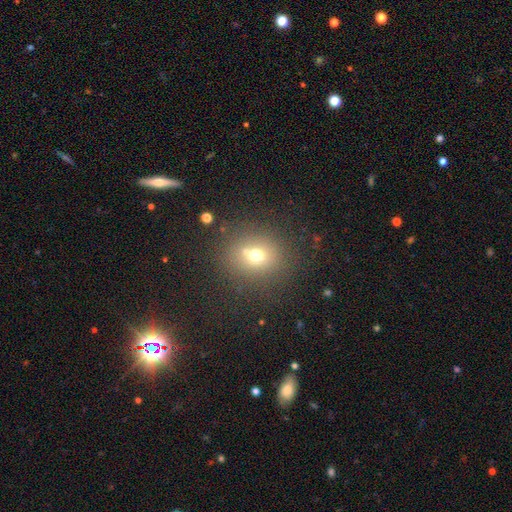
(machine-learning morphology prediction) A smooth galaxy with no disk features (66%) that is round (81%). Merging: none (67%).